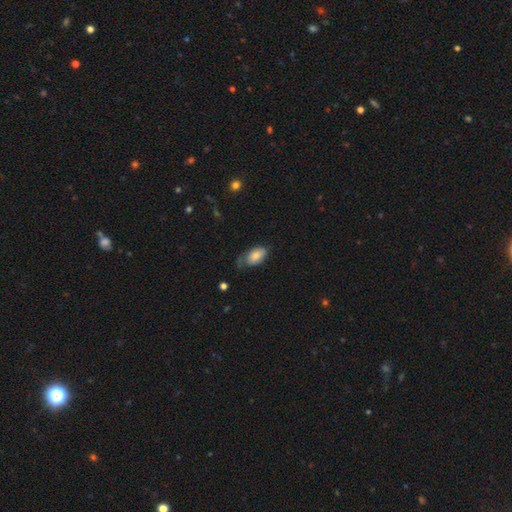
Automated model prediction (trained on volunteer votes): Q: Smooth or featured?
A: smooth (73%); runner-up: featured or disk (21%)
Q: How rounded?
A: in between (93%); runner-up: round (4%)
Q: Merging?
A: none (41%); runner-up: minor disturbance (35%)